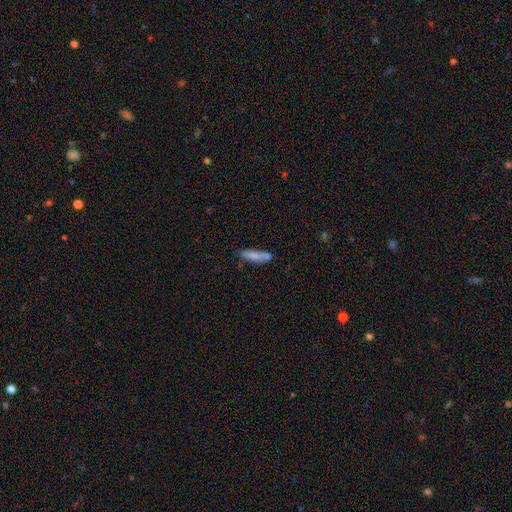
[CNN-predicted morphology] Q: Smooth or featured?
A: smooth (78%); runner-up: featured or disk (15%)
Q: How rounded?
A: cigar-shaped (68%); runner-up: in between (30%)
Q: Merging?
A: none (66%); runner-up: minor disturbance (20%)